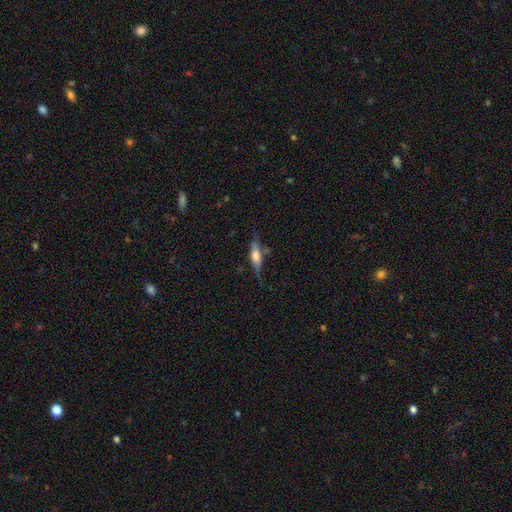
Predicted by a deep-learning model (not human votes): Overall: featured or disk (52%; smooth 42%). Edge-on disk: yes (87%). Merging: none (63%; minor disturbance 24%).